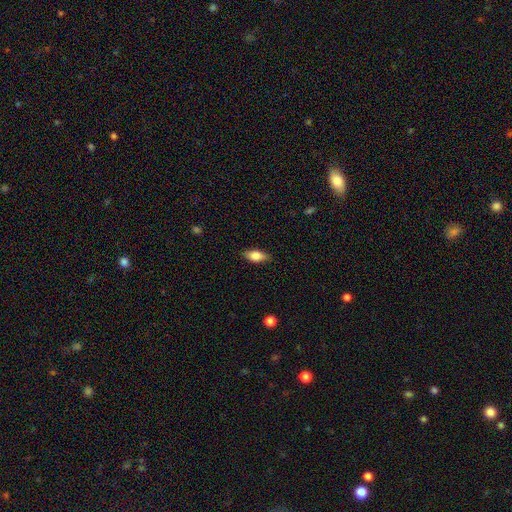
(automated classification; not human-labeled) Smooth or featured? Predicted: smooth (p=0.76). How rounded? Predicted: in between (p=0.83). Merging? Predicted: none (p=0.85).